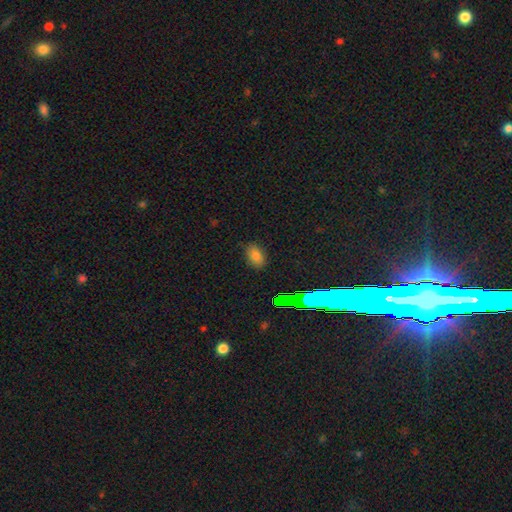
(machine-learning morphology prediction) smooth 78%, star or artifact 16%, featured or disk 7%. Down the decision tree: how rounded — in between (87%); merging — none (83%).